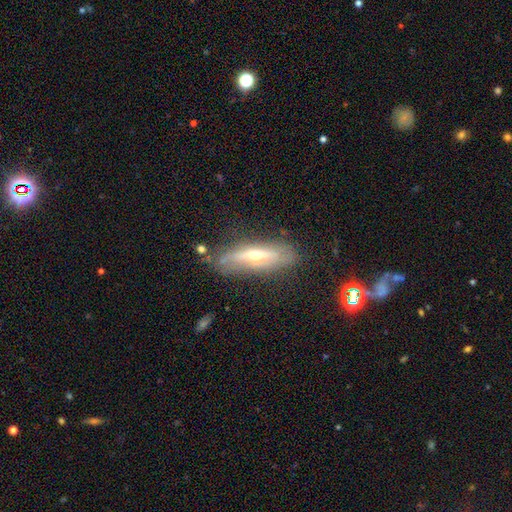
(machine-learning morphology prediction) This is likely a featured or disk galaxy (64%). It is likely viewed edge-on (71%). Merging: likely none (73%).